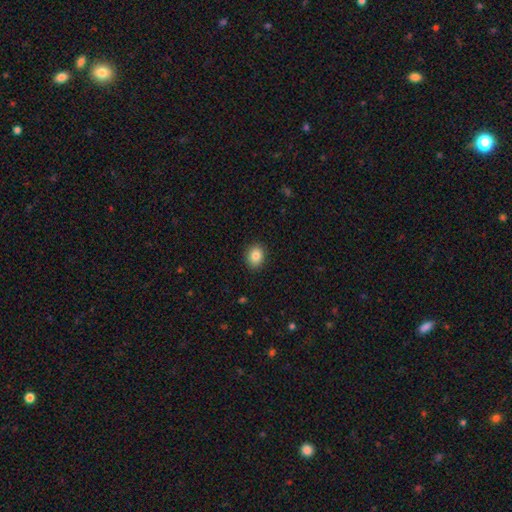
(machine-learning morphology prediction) Q: Smooth or featured?
A: smooth (85%); runner-up: star or artifact (9%)
Q: How rounded?
A: round (51%); runner-up: in between (48%)
Q: Merging?
A: none (90%); runner-up: minor disturbance (7%)